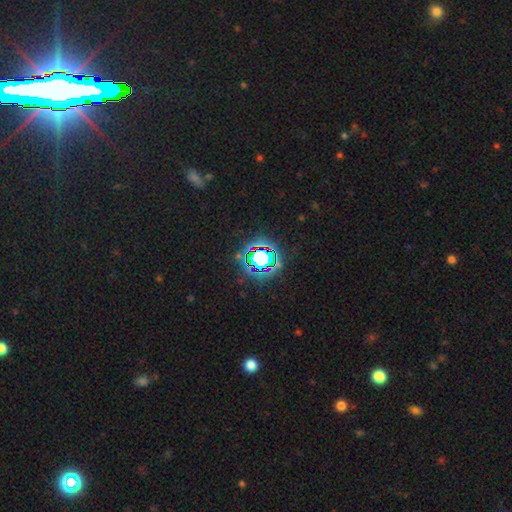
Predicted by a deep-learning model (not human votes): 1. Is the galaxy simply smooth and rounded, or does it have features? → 70% star or artifact, 19% smooth, 12% featured or disk.